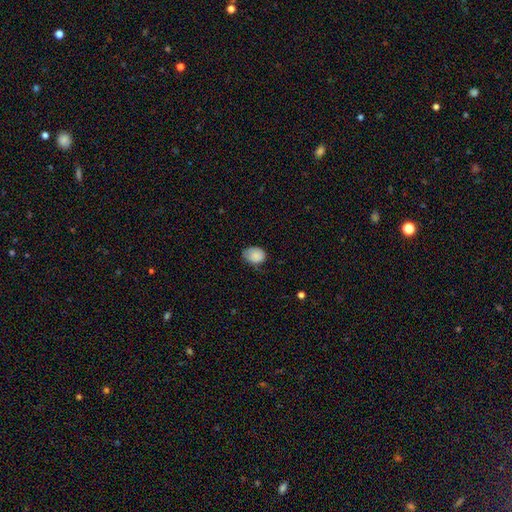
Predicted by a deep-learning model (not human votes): A smooth galaxy with no disk features (85%) that is in between round and cigar-shaped (61%). Merging: none (57%).